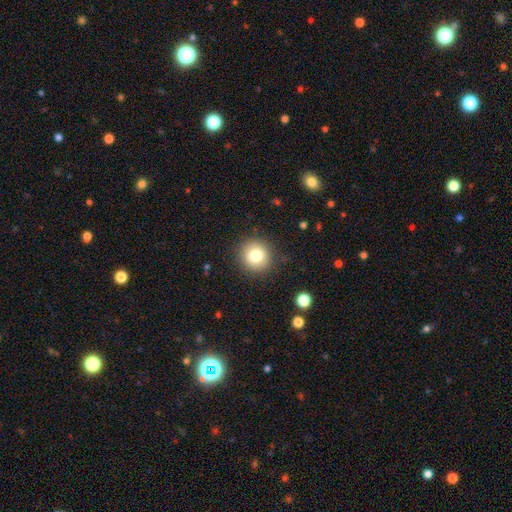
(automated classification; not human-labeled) This is likely a smooth galaxy (78%). How rounded: clearly round (91%). Merging: clearly none (89%).